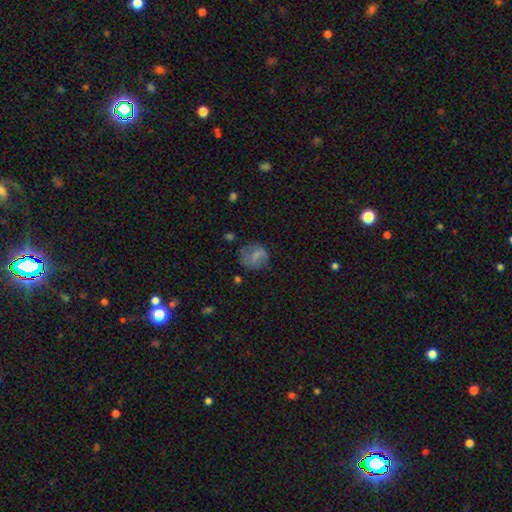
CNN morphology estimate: smooth-or-featured: smooth: 69% | featured or disk: 21% | star or artifact: 10%
  how-rounded: round: 73% | in between: 26% | cigar-shaped: 1%
  merging: none: 62% | minor disturbance: 24% | major disturbance: 12% | merger: 2%